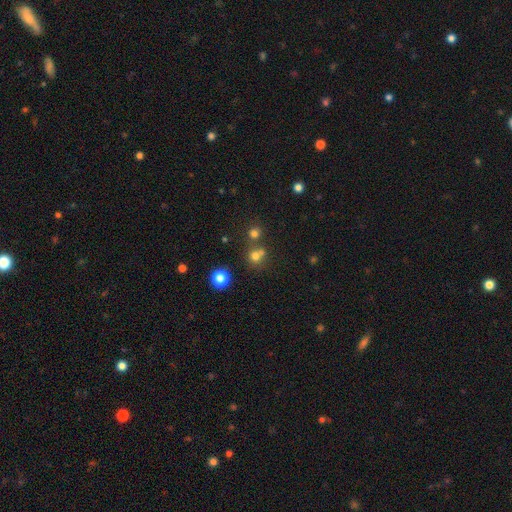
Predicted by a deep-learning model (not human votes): A smooth galaxy with no disk features (69%) that is round (86%). Merging: none (54%).